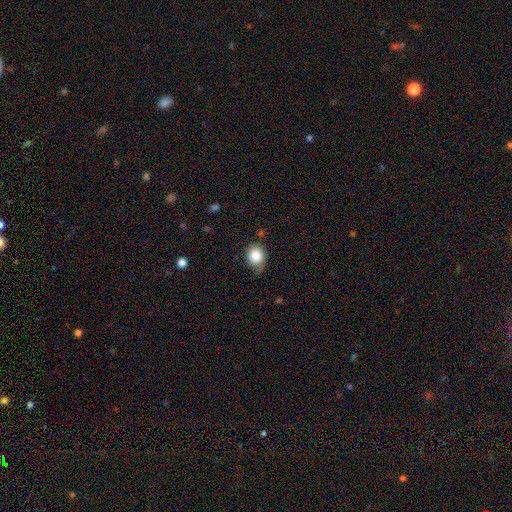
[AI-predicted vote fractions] smooth 84%, featured or disk 8%, star or artifact 8%. Down the decision tree: how rounded — round (66%); merging — none (46%).